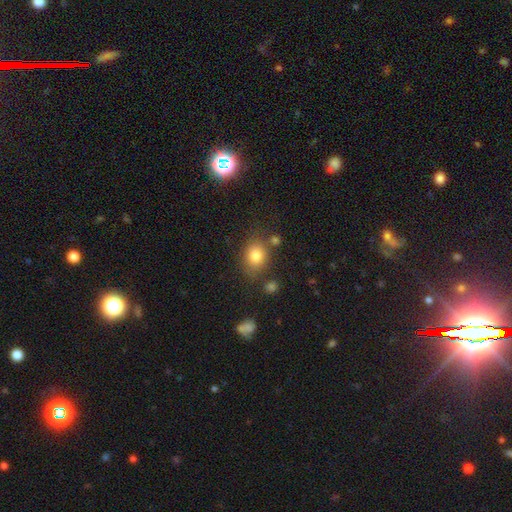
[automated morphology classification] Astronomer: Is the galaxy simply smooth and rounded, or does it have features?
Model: smooth — 81%.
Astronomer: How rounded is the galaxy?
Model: in between — 51% (runner-up: round, 48%).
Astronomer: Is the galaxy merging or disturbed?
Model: none — 73%.